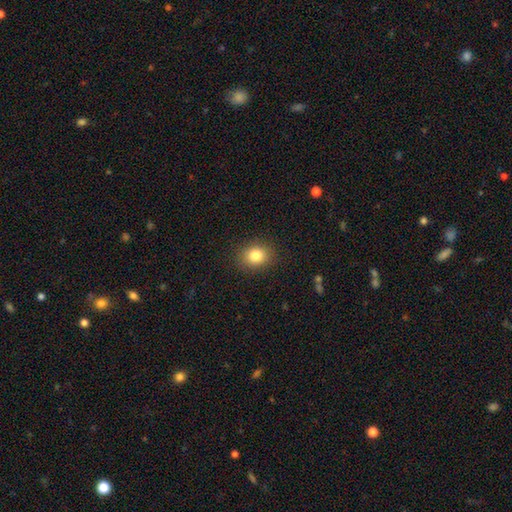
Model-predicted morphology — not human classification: Smooth or featured? smooth (82%)
How rounded? round (57%)
Merging? none (88%)